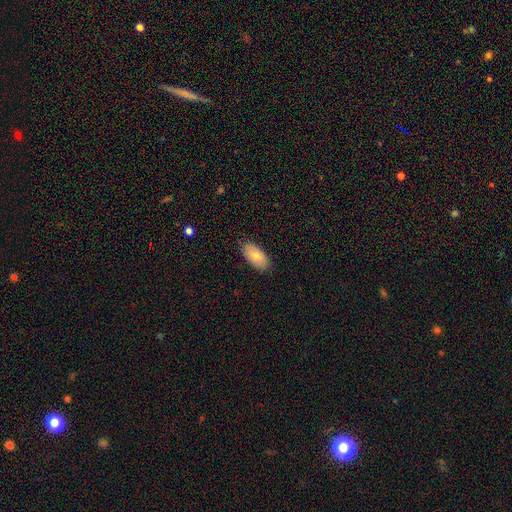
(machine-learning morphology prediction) smooth-or-featured: smooth: 78% | featured or disk: 15% | star or artifact: 6%
  how-rounded: in between: 93% | cigar-shaped: 4% | round: 3%
  merging: none: 86% | minor disturbance: 11% | major disturbance: 2% | merger: 1%